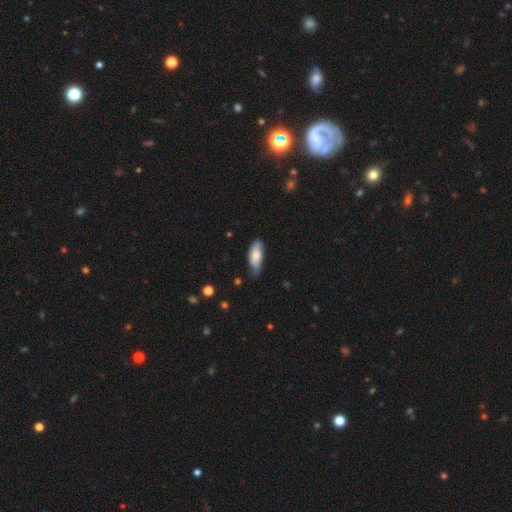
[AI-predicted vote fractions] Smooth or featured? smooth (78%)
How rounded? in between (74%)
Merging? none (63%)